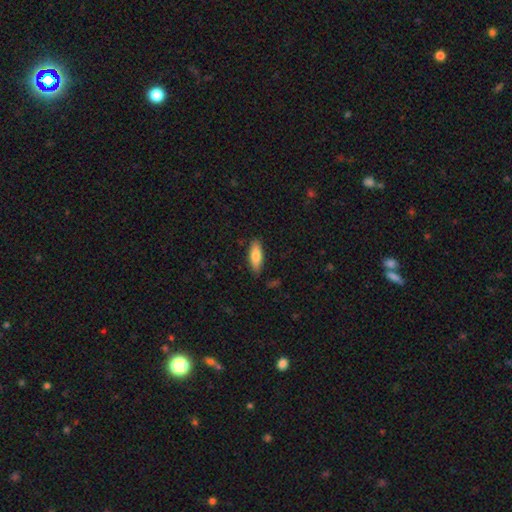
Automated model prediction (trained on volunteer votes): smooth-or-featured: smooth: 81% | featured or disk: 13% | star or artifact: 6%
  how-rounded: in between: 61% | cigar-shaped: 37% | round: 2%
  merging: none: 87% | minor disturbance: 10% | major disturbance: 2% | merger: 1%